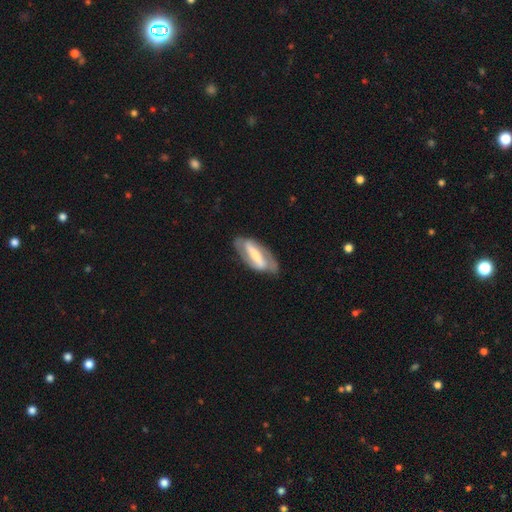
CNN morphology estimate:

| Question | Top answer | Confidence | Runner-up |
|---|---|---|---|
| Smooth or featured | featured or disk | 77% | smooth (19%) |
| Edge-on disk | no | 90% | yes (10%) |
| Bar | strong | 74% | weak (17%) |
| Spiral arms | yes | 81% | no (19%) |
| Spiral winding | medium | 41% | tight (34%) |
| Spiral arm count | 2 | 86% | can't tell (8%) |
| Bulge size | small | 42% | moderate (40%) |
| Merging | none | 74% | minor disturbance (18%) |